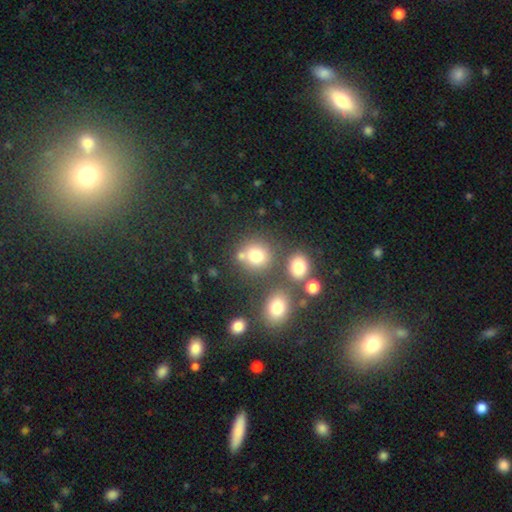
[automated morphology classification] Smooth or featured: smooth — 74% (star or artifact — 17%)
How rounded: round — 83% (in between — 16%)
Merging: none — 65% (merger — 19%)